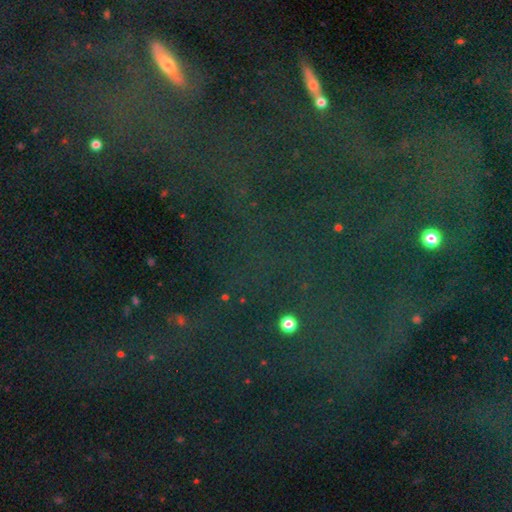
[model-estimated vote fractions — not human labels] Q: Smooth or featured?
A: star or artifact (77%); runner-up: smooth (12%)